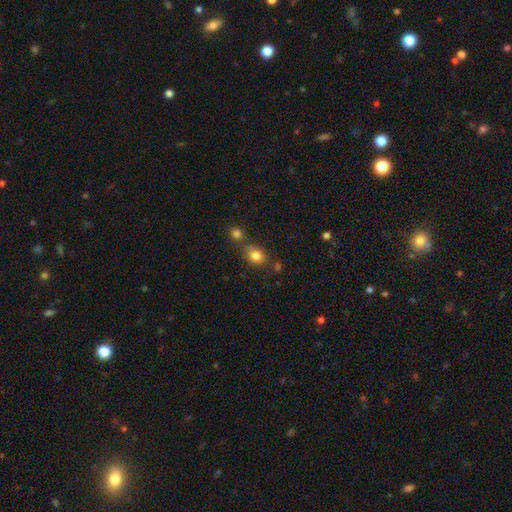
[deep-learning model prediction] Smooth or featured: smooth — 81% (star or artifact — 12%)
How rounded: round — 58% (in between — 41%)
Merging: none — 60% (merger — 21%)